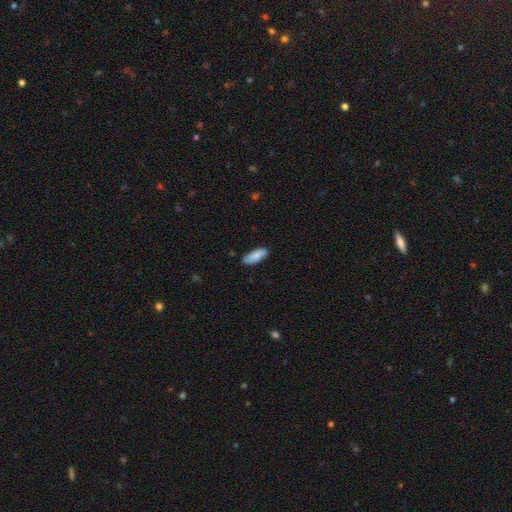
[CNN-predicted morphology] Smooth or featured?
  - smooth: 84% *
  - featured or disk: 10%
  - star or artifact: 6%
How rounded?
  - in between: 73% *
  - cigar-shaped: 25%
  - round: 2%
Merging?
  - none: 83% *
  - minor disturbance: 14%
  - major disturbance: 2%
  - merger: 1%